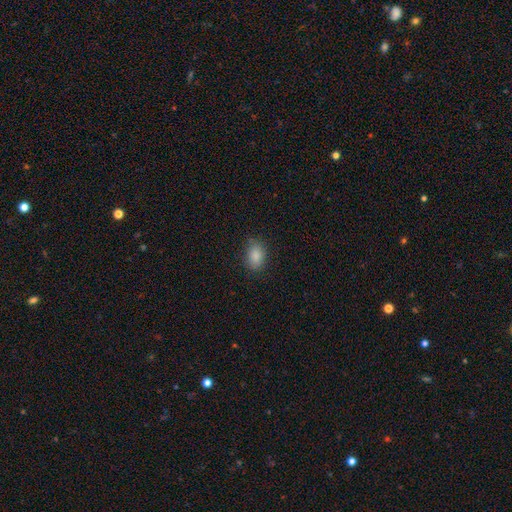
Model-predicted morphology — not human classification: This is clearly a smooth galaxy (86%). How rounded: clearly in between (81%). Merging: clearly none (80%).